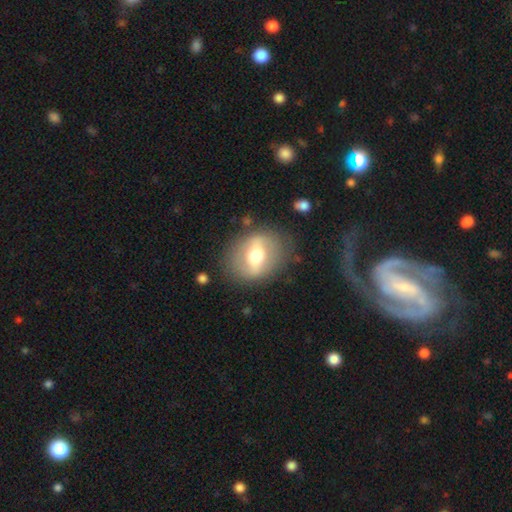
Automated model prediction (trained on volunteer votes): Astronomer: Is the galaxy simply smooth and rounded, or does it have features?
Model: featured or disk — 55% (runner-up: smooth, 38%).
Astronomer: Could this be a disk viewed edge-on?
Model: no — 85%.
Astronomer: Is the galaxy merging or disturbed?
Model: none — 78%.